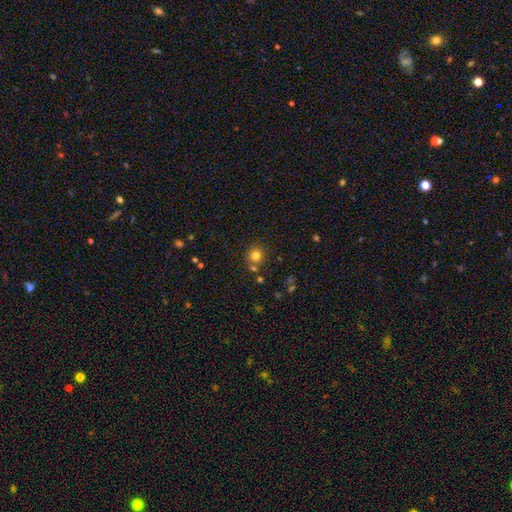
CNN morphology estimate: This is likely a smooth galaxy (78%). How rounded: clearly round (88%). Merging: likely none (76%).